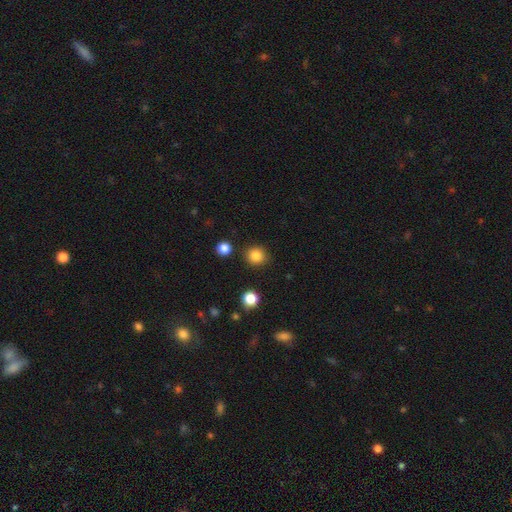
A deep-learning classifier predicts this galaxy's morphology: The model was most divided on "smooth or featured": smooth: 85%, star or artifact: 11%, featured or disk: 4%. More confident: how rounded — round (89%); merging — none (87%).